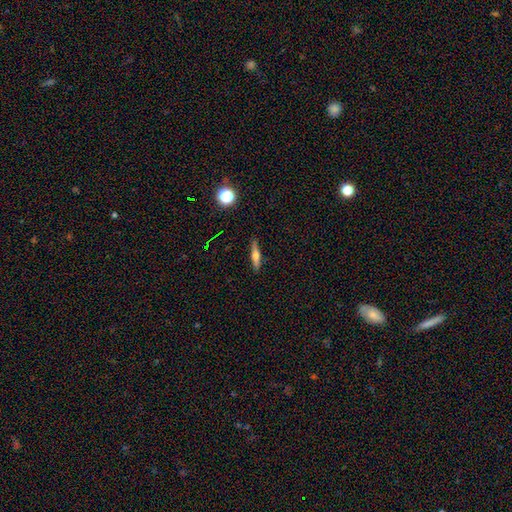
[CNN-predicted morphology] featured or disk 49%, smooth 43%, star or artifact 8%. Down the decision tree: merging — none (88%).